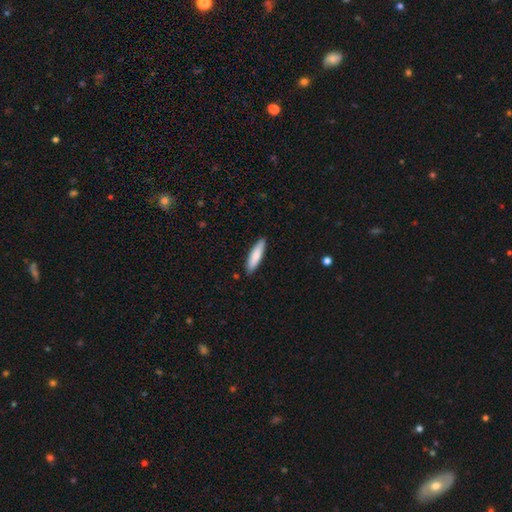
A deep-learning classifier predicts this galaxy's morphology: smooth-or-featured: smooth: 80% | featured or disk: 15% | star or artifact: 5%
  how-rounded: cigar-shaped: 75% | in between: 24% | round: 1%
  merging: none: 89% | minor disturbance: 9% | major disturbance: 1% | merger: 1%